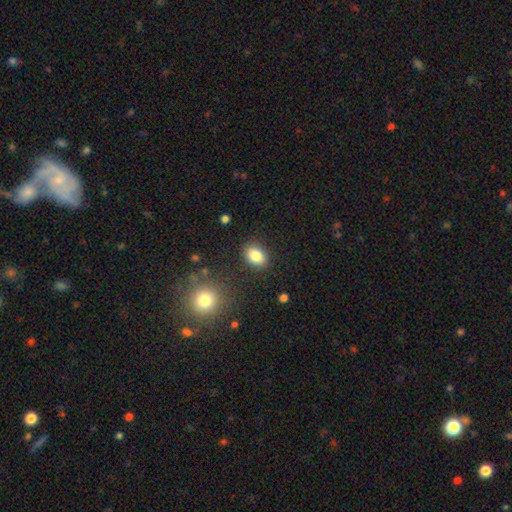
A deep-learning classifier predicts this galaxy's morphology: Q: Smooth or featured?
A: smooth (84%); runner-up: star or artifact (9%)
Q: How rounded?
A: in between (75%); runner-up: round (24%)
Q: Merging?
A: none (86%); runner-up: minor disturbance (9%)